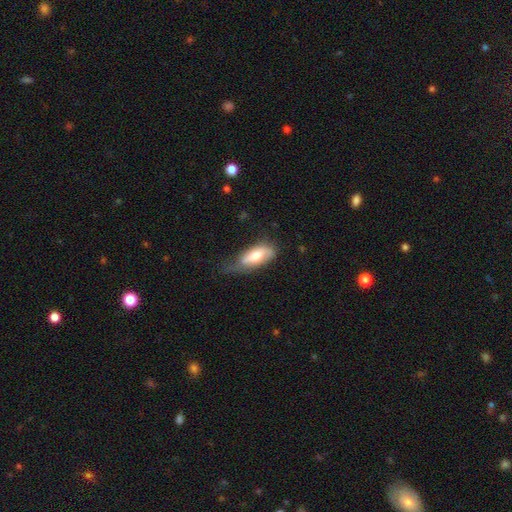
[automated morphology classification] This is likely a smooth galaxy (68%). How rounded: clearly in between (82%). Merging: marginally minor disturbance (41%).